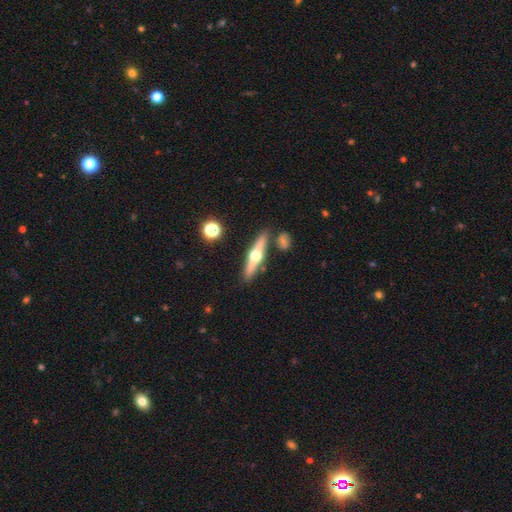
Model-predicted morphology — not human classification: Smooth or featured? featured or disk (71%)
Edge-on disk? yes (96%)
Edge-on bulge? rounded (96%)
Merging? none (84%)